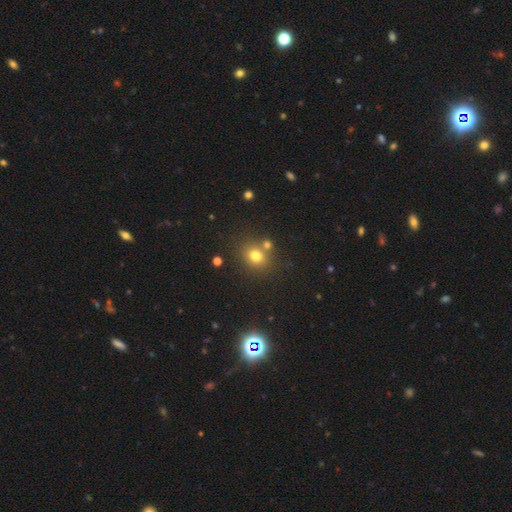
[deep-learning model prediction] Morphology: type=smooth (76%); roundness=round (69%); merging=none (68%).